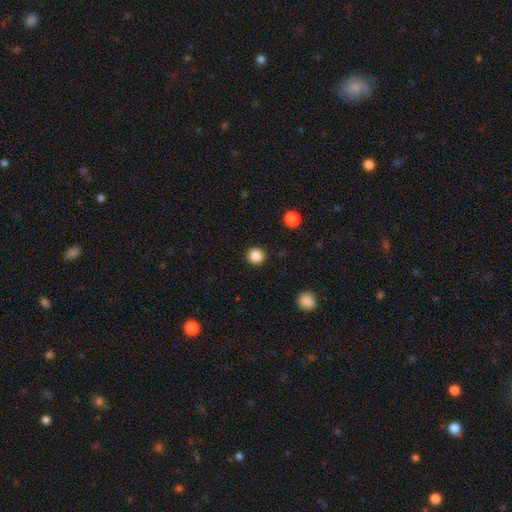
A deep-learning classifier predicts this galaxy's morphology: smooth 86%, star or artifact 11%, featured or disk 3%. Down the decision tree: how rounded — round (95%); merging — none (92%).